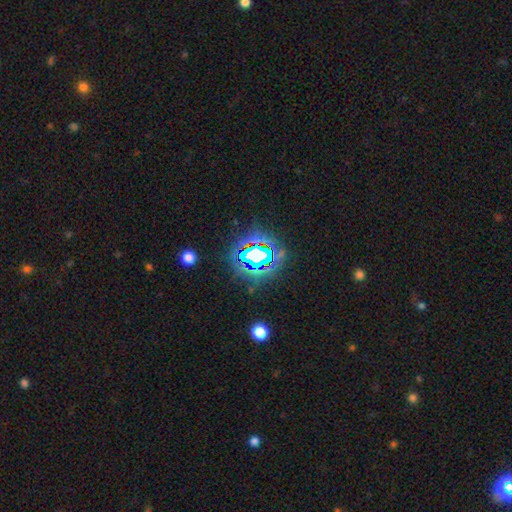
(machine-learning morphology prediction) A star or artifact, not a galaxy (69%).